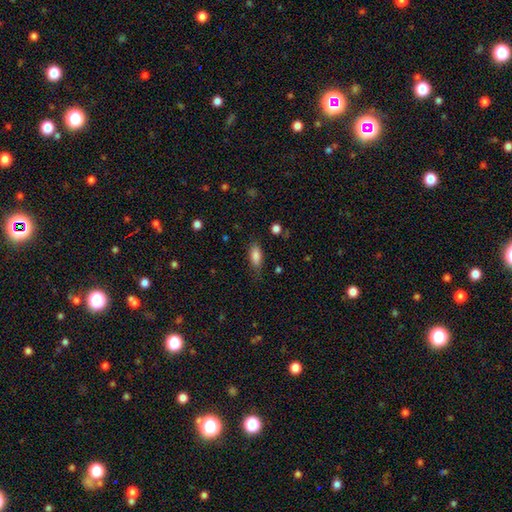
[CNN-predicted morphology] This appears to be a smooth galaxy with no disk features (85%) that is in between round and cigar-shaped (83%). Merging: none (74%).